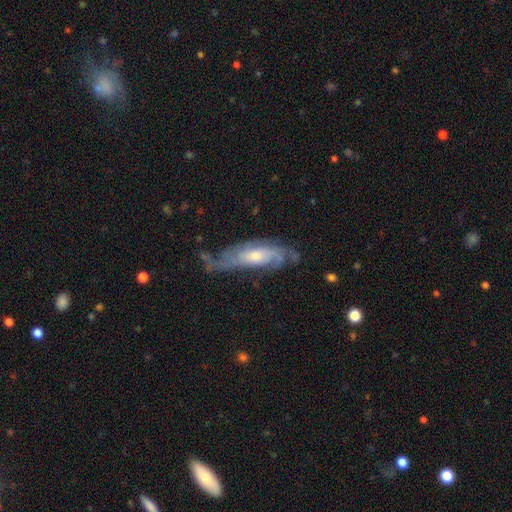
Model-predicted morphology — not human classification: Smooth or featured: featured or disk — 77% (smooth — 17%)
Edge-on disk: no — 82% (yes — 18%)
Bar: no — 66% (weak — 27%)
Spiral arms: yes — 90% (no — 10%)
Spiral winding: tight — 43% (medium — 38%)
Spiral arm count: can't tell — 39% (2 — 28%)
Bulge size: moderate — 55% (small — 37%)
Merging: none — 51% (minor disturbance — 27%)